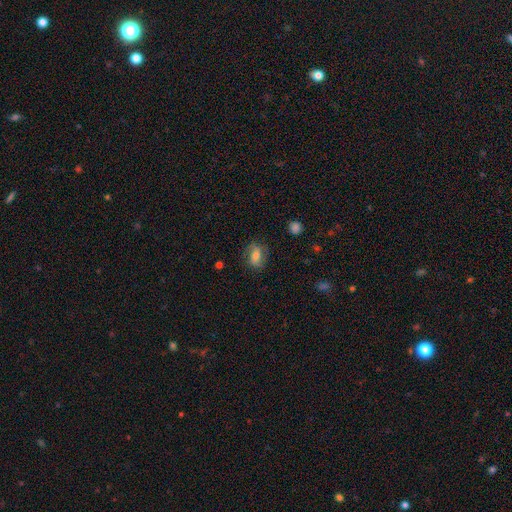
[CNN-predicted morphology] Smooth or featured? Predicted: smooth (p=0.48). Merging? Predicted: none (p=0.71).